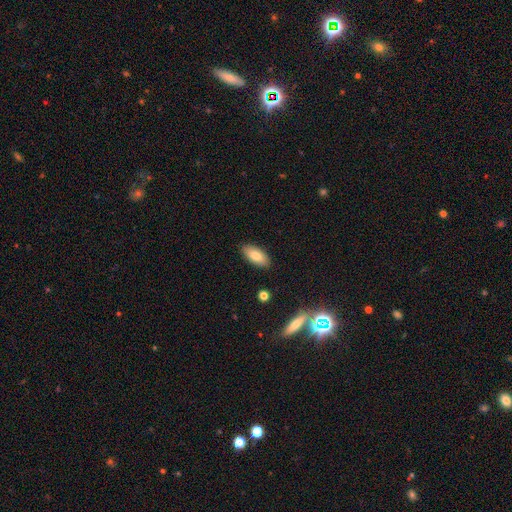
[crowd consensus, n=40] A smooth galaxy with no disk features (82%) that is in between round and cigar-shaped (97%).

Vote fractions:
- Smooth or featured? smooth: 82% / featured or disk: 10% / star or artifact: 8%
- How rounded? in between: 97% / cigar-shaped: 3% / round: 0%
- Merging? none: 97% / minor disturbance: 3% / major disturbance: 0% / merger: 0%